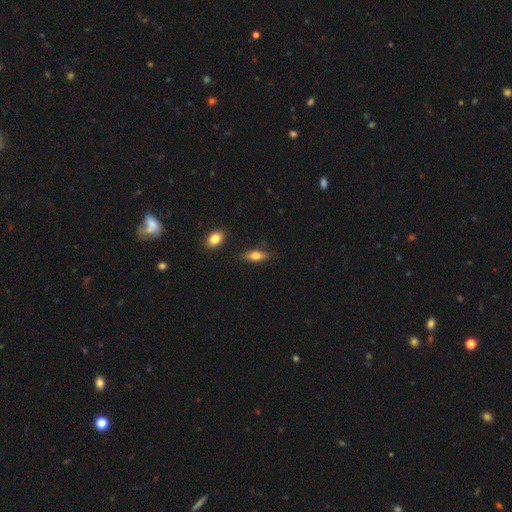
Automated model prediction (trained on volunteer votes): Smooth or featured?
  - smooth: 68% *
  - featured or disk: 24%
  - star or artifact: 7%
How rounded?
  - in between: 66% *
  - cigar-shaped: 30%
  - round: 4%
Merging?
  - none: 81% *
  - minor disturbance: 13%
  - merger: 3%
  - major disturbance: 3%